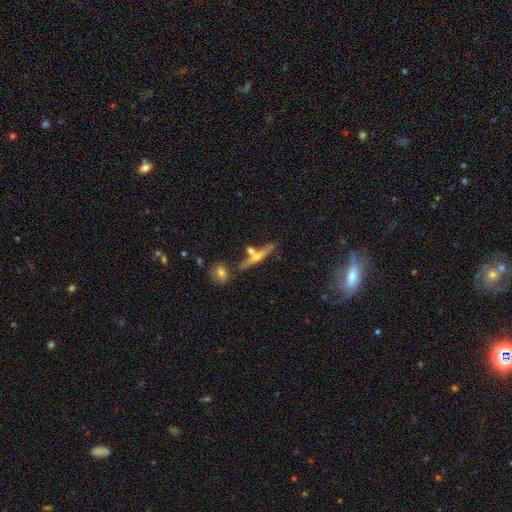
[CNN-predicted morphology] This appears to be a featured or disk galaxy (50%). Merging: none (65%).